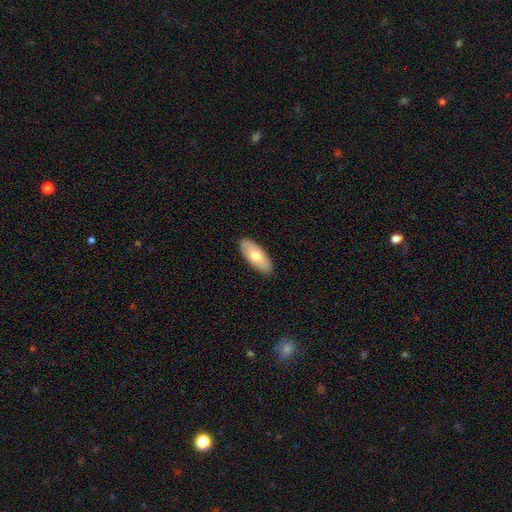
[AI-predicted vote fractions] Overall: smooth (68%). How rounded: in between (86%). Merging: none (87%).